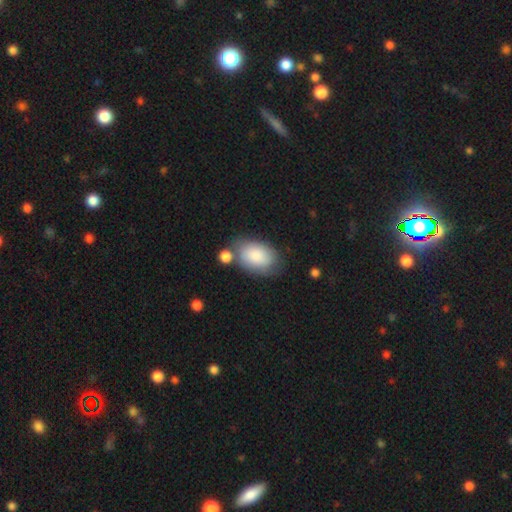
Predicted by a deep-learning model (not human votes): The model was most divided on "merging": none: 57%, minor disturbance: 20%, merger: 16%, major disturbance: 7%. More confident: how rounded — in between (89%); smooth or featured — smooth (85%).